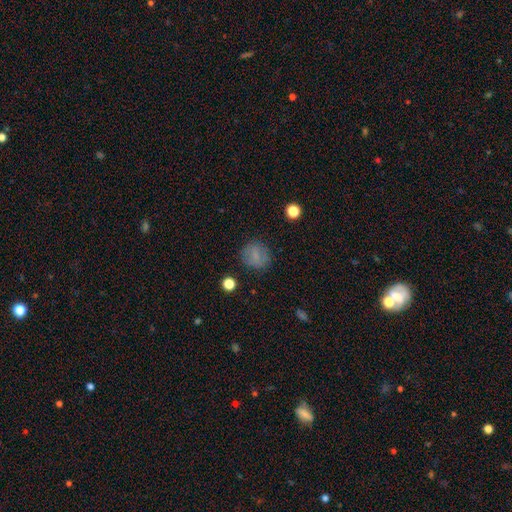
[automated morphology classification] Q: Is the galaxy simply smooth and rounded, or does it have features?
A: smooth — 74%.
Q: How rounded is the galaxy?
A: round — 82%.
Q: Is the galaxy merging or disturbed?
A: none — 81%.